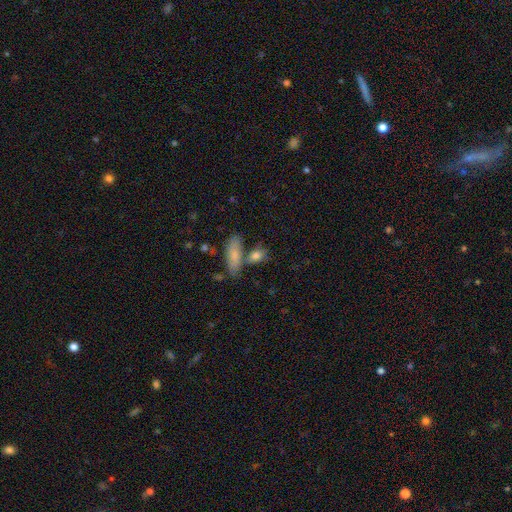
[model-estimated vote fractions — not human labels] Smooth or featured: smooth — 77% (featured or disk — 14%)
How rounded: in between — 61% (cigar-shaped — 22%)
Merging: none — 58% (merger — 25%)